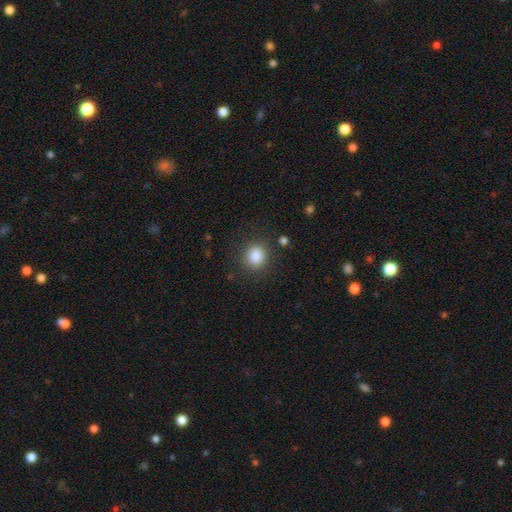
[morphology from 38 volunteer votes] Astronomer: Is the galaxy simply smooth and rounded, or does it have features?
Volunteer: smooth — 87%.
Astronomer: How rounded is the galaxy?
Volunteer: round — 76%.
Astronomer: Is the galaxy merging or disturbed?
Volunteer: none — 83%.